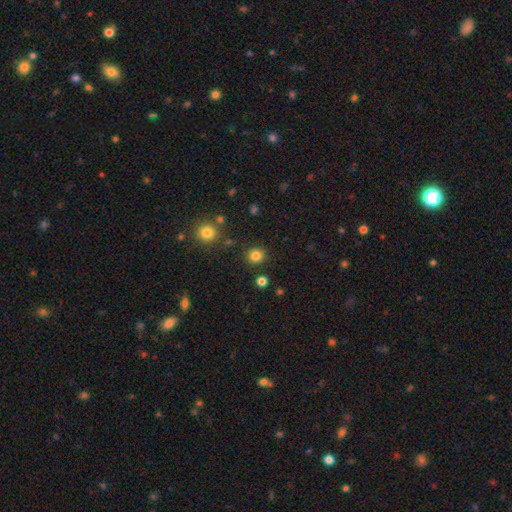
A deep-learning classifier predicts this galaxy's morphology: Smooth or featured: smooth — 83% (star or artifact — 13%)
How rounded: round — 88% (in between — 11%)
Merging: none — 88% (minor disturbance — 7%)